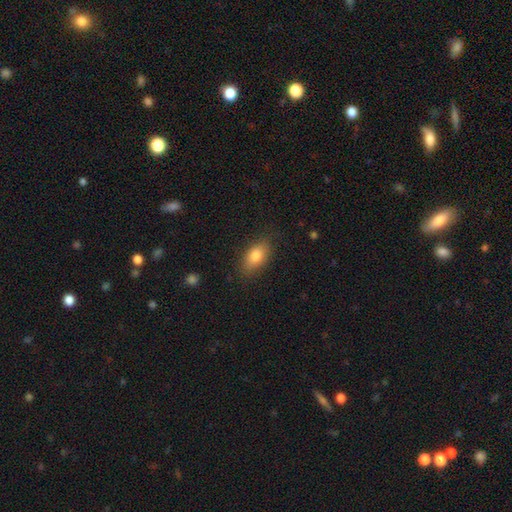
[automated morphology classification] smooth 81%, featured or disk 11%, star or artifact 8%. Down the decision tree: how rounded — in between (87%); merging — none (83%).